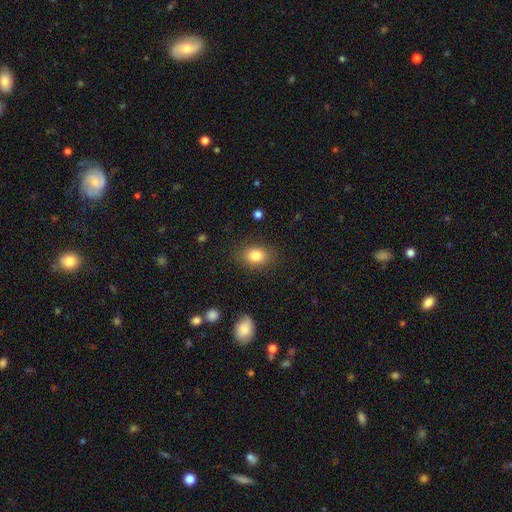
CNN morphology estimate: A smooth galaxy with no disk features (84%) that is in between round and cigar-shaped (64%). Merging: none (84%).